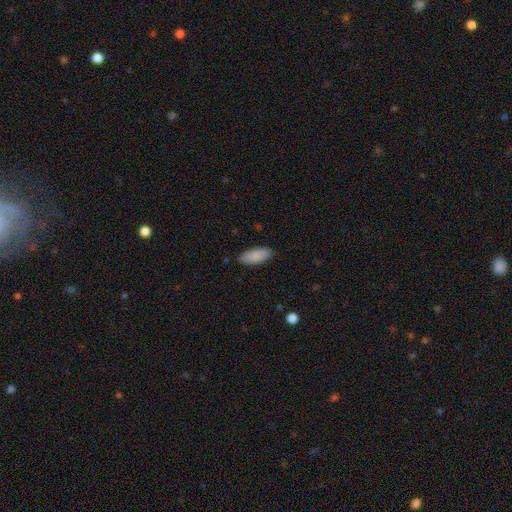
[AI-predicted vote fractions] Smooth or featured? Predicted: smooth (p=0.88). How rounded? Predicted: in between (p=0.84). Merging? Predicted: none (p=0.86).